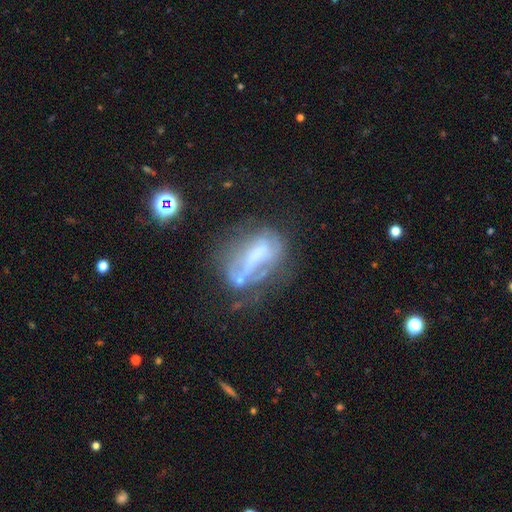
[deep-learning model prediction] Overall: featured or disk (59%; smooth 26%). Edge-on disk: no (89%). Bar: no (44%; strong 34%). Spiral arms: no (68%; yes 32%). Bulge size: none (46%; moderate 21%). Merging: none (34%; major disturbance 32%).